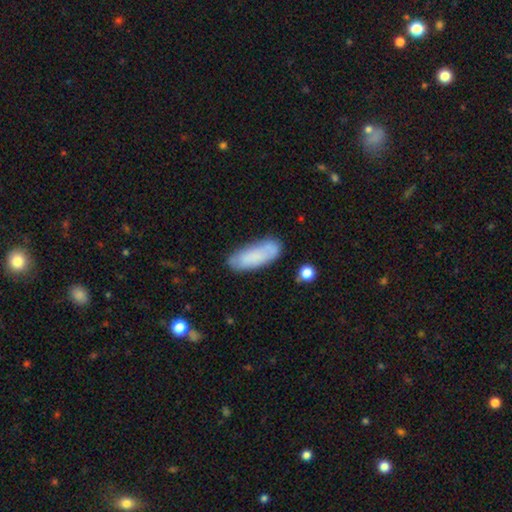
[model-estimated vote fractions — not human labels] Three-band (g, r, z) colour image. It shows a smooth galaxy with no disk features (77%) that is in between round and cigar-shaped (69%). Merging: none (70%).